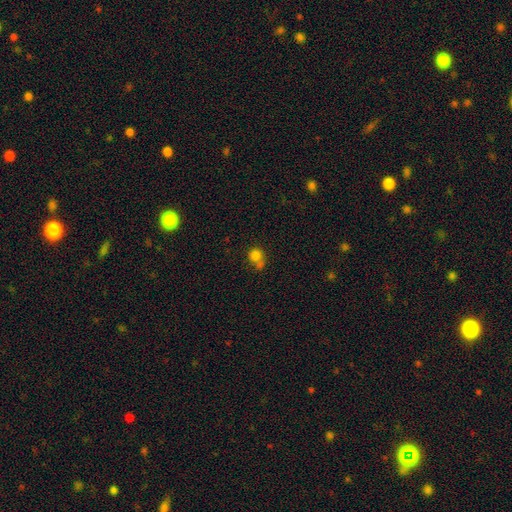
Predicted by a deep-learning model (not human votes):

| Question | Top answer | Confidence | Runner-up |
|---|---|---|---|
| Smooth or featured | smooth | 80% | star or artifact (12%) |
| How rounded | round | 85% | in between (14%) |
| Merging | none | 45% | merger (37%) |